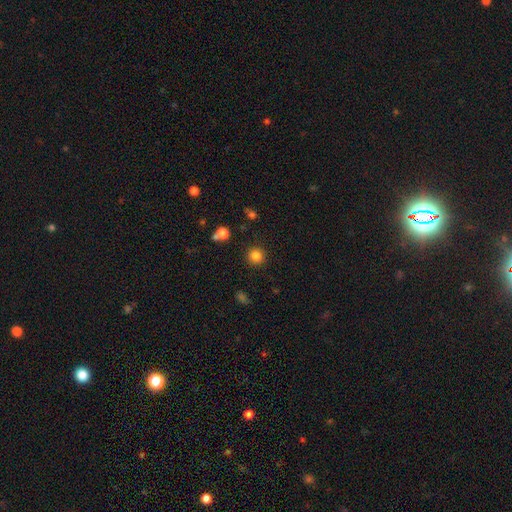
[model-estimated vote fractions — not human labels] smooth_or_featured: smooth (p=0.83) [alt: star or artifact p=0.13]
how_rounded: round (p=0.94) [alt: in between p=0.05]
merging: none (p=0.90) [alt: minor disturbance p=0.05]